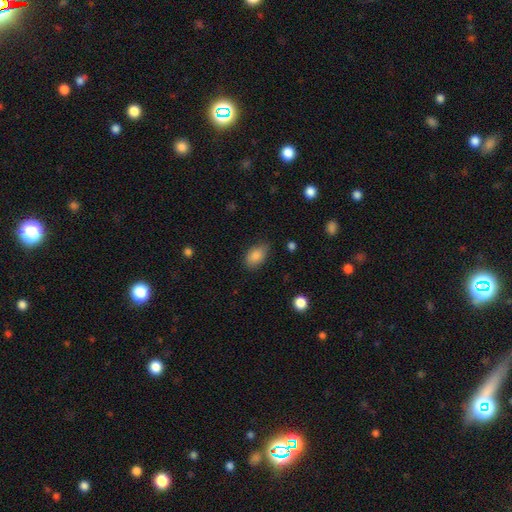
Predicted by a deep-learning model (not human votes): Smooth or featured?
  - smooth: 87% *
  - star or artifact: 8%
  - featured or disk: 5%
How rounded?
  - in between: 87% *
  - round: 12%
  - cigar-shaped: 2%
Merging?
  - none: 73% *
  - minor disturbance: 21%
  - major disturbance: 4%
  - merger: 1%